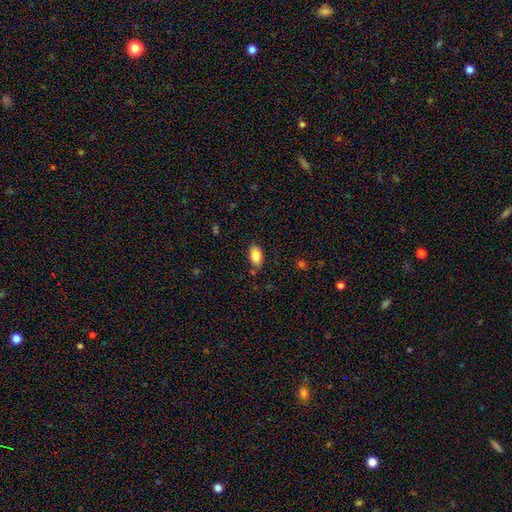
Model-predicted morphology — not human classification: Smooth or featured? Predicted: smooth (p=0.82). How rounded? Predicted: in between (p=0.91). Merging? Predicted: none (p=0.78).